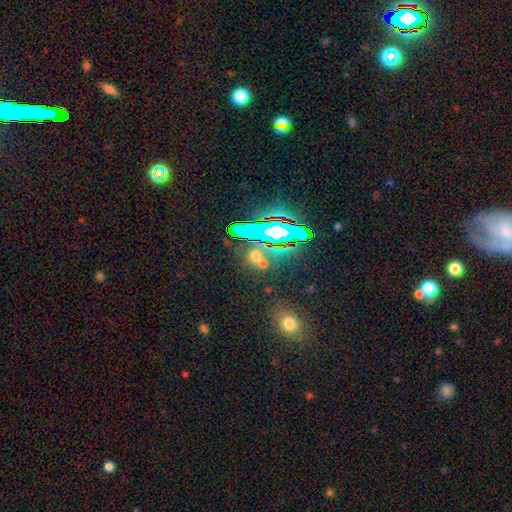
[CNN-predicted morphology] Smooth or featured? star or artifact (49%)